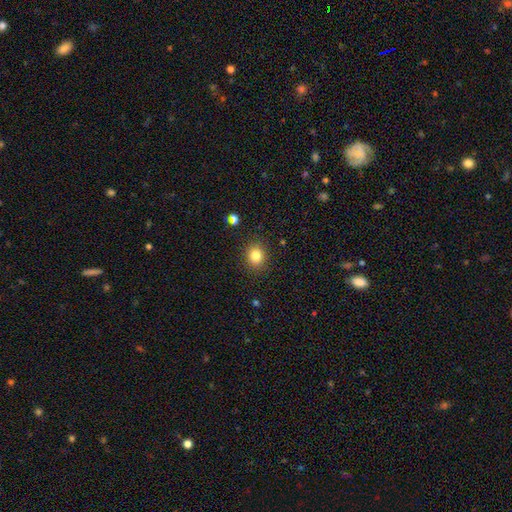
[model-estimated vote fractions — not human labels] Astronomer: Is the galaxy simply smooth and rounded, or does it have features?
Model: smooth — 81%.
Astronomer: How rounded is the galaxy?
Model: round — 74%.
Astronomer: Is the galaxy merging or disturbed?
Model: none — 89%.